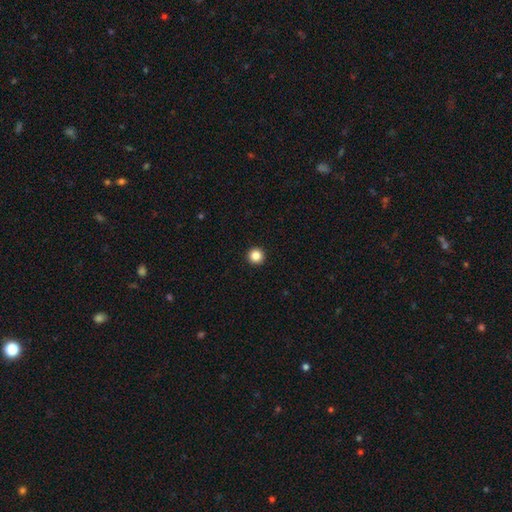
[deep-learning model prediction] A smooth galaxy with no disk features (85%) that is round (97%).

Vote fractions:
- Smooth or featured? smooth: 85% / star or artifact: 11% / featured or disk: 4%
- How rounded? round: 97% / in between: 2% / cigar-shaped: 1%
- Merging? none: 94% / minor disturbance: 3% / major disturbance: 1% / merger: 1%